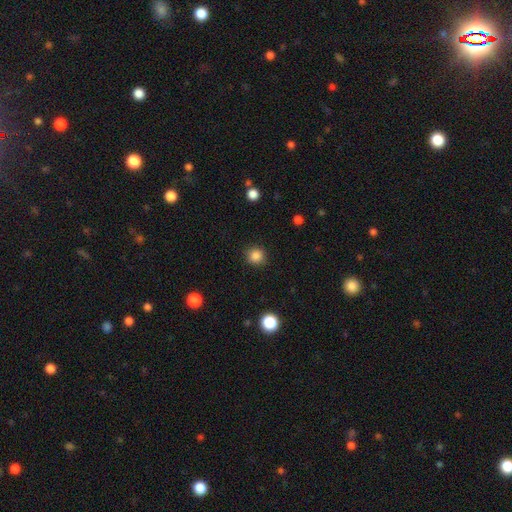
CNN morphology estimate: This appears to be a smooth galaxy with no disk features (85%) that is round (90%). Merging: none (89%).